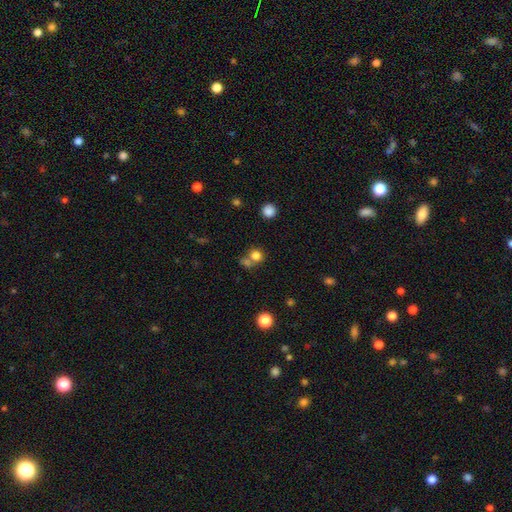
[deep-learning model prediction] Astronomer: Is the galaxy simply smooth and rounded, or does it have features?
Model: smooth — 77%.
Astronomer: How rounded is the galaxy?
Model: round — 85%.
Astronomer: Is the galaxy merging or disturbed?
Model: none — 50% (runner-up: merger, 38%).